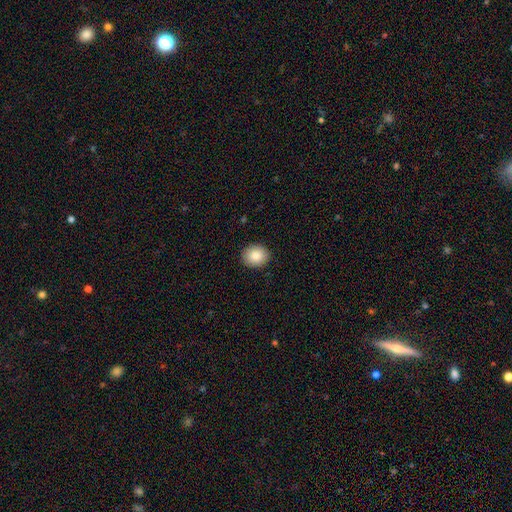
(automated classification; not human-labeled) Q: Smooth or featured?
A: smooth (86%); runner-up: star or artifact (8%)
Q: How rounded?
A: round (70%); runner-up: in between (30%)
Q: Merging?
A: none (90%); runner-up: minor disturbance (7%)